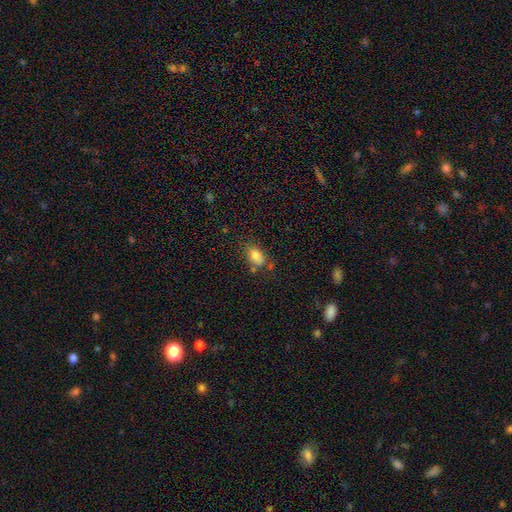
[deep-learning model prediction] Q: Smooth or featured?
A: smooth (80%); runner-up: star or artifact (10%)
Q: How rounded?
A: in between (82%); runner-up: round (15%)
Q: Merging?
A: none (62%); runner-up: minor disturbance (20%)